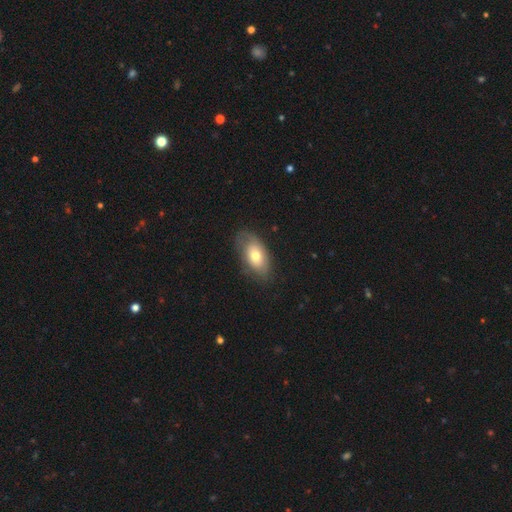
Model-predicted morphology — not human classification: smooth 63%, featured or disk 30%, star or artifact 7%. Down the decision tree: how rounded — in between (91%); merging — none (67%).